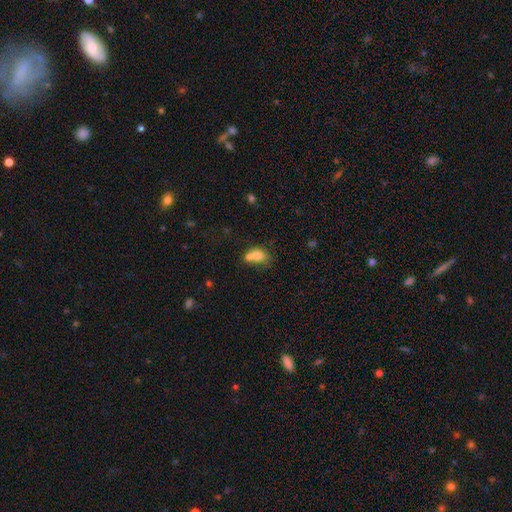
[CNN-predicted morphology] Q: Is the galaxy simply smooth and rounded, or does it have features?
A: smooth — 75%.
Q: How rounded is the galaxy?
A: in between — 77%.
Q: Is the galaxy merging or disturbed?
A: merger — 52%.